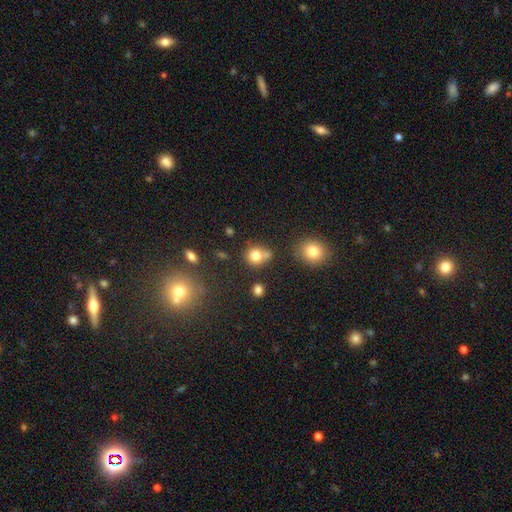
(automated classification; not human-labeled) smooth-or-featured: smooth: 78% | star or artifact: 13% | featured or disk: 9%
  how-rounded: round: 81% | in between: 18% | cigar-shaped: 1%
  merging: none: 57% | merger: 23% | minor disturbance: 15% | major disturbance: 5%